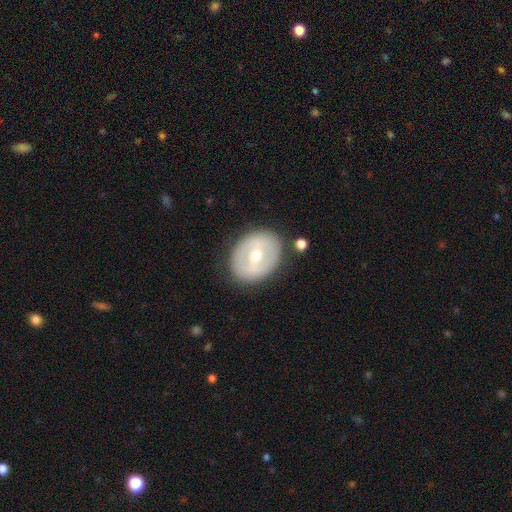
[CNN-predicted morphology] smooth_or_featured: featured or disk (p=0.57) [alt: smooth p=0.37]
disk_edge_on: no (p=0.93) [alt: yes p=0.07]
bar: weak (p=0.42) [alt: strong p=0.31]
has_spiral_arms: no (p=0.79) [alt: yes p=0.21]
bulge_size: moderate (p=0.69) [alt: small p=0.26]
merging: none (p=0.83) [alt: minor disturbance p=0.11]